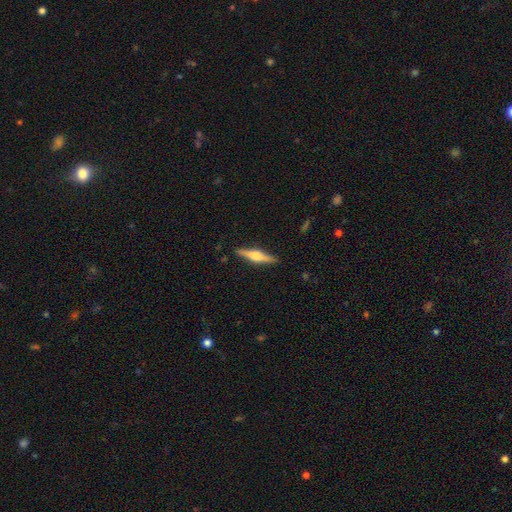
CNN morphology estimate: This appears to be a featured or disk galaxy (71%) viewed edge-on (98%) with a rounded central bulge (93%). Merging: none (90%).